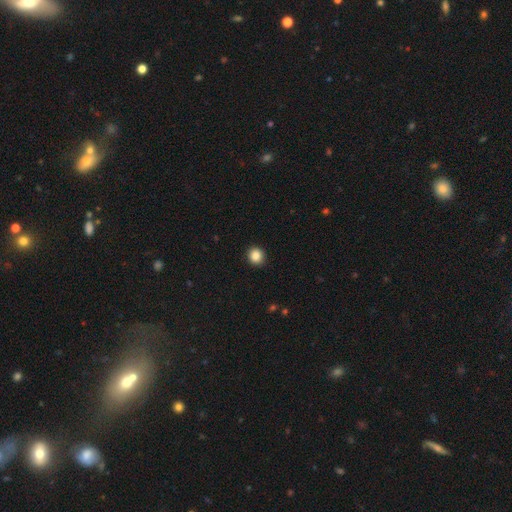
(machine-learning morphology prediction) Smooth or featured? smooth (87%)
How rounded? round (89%)
Merging? none (92%)